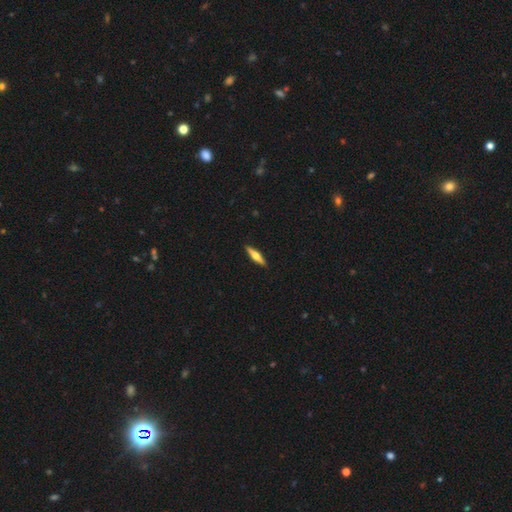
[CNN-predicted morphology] type=featured or disk (56%); edge-on=yes (96%); edge-on bulge=rounded (91%); merging=none (91%).